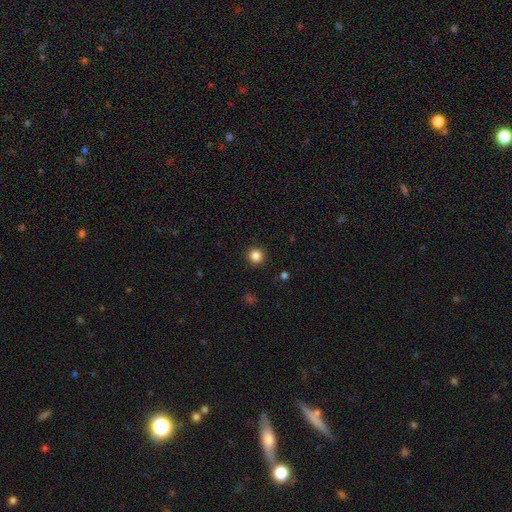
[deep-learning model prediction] This appears to be a smooth galaxy with no disk features (85%) that is round (94%). Merging: none (91%).